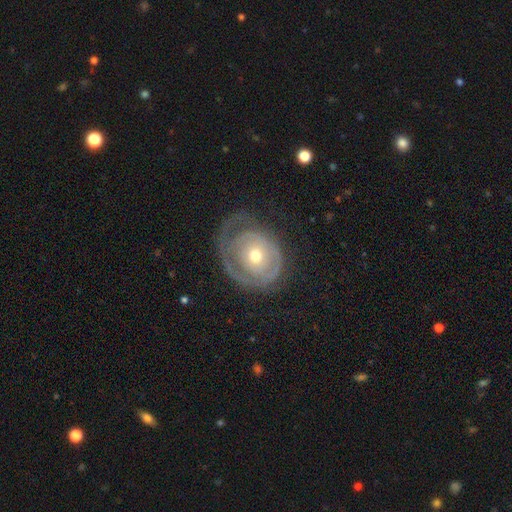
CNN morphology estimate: Smooth or featured: featured or disk — 67% (smooth — 26%)
Edge-on disk: no — 96% (yes — 4%)
Bar: no — 85% (weak — 12%)
Spiral arms: yes — 63% (no — 37%)
Bulge size: moderate — 55% (small — 39%)
Merging: none — 48% (major disturbance — 26%)